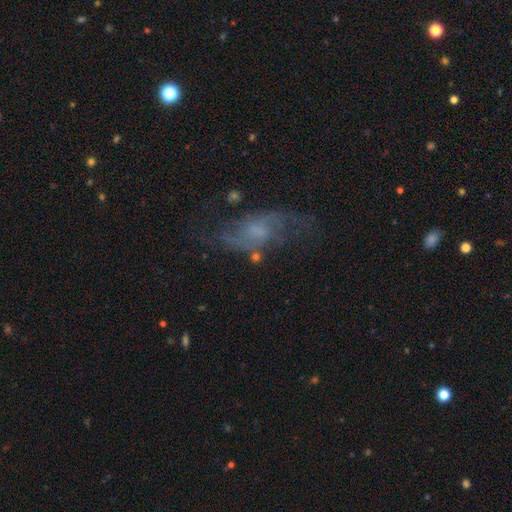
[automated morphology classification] This is likely a featured or disk galaxy (71%). It is clearly not viewed edge-on (95%). Bar: possibly no (47%). Spiral arm pattern: clearly yes (84%). Spiral arm count: likely 2 (74%). Spiral winding: possibly loose (54%). Central bulge: marginally small (39%). Merging: possibly none (53%).